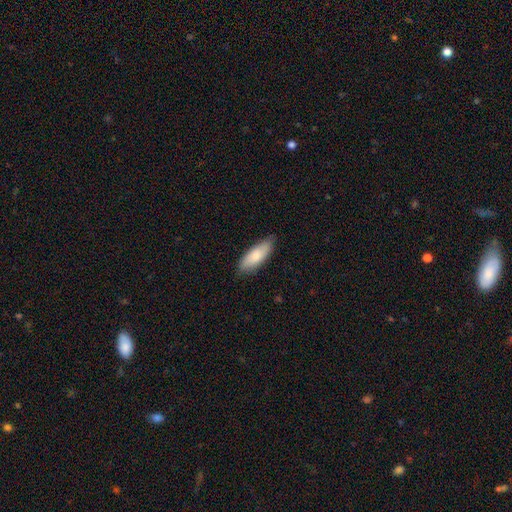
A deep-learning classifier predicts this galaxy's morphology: smooth_or_featured: smooth (p=0.78) [alt: featured or disk p=0.16]
how_rounded: in between (p=0.71) [alt: cigar-shaped p=0.28]
merging: none (p=0.81) [alt: minor disturbance p=0.15]